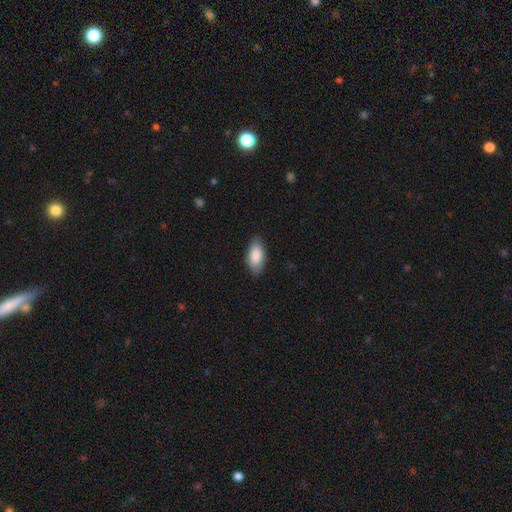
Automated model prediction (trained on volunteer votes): This appears to be a smooth galaxy with no disk features (87%) that is in between round and cigar-shaped (92%). Merging: none (83%).